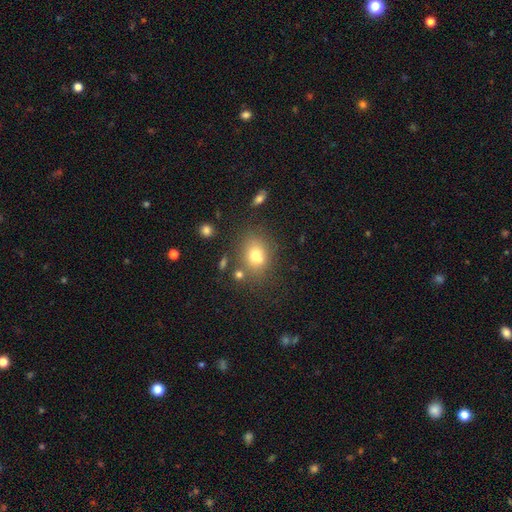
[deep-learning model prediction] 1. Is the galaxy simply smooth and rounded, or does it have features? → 72% smooth, 15% featured or disk, 13% star or artifact.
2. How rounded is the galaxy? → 53% in between, 46% round, 1% cigar-shaped.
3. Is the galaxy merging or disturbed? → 59% none, 17% minor disturbance, 16% merger, 7% major disturbance.